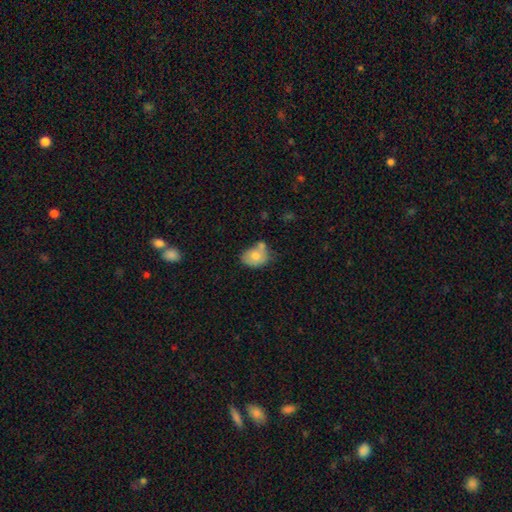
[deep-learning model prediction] smooth 68%, featured or disk 24%, star or artifact 8%. Down the decision tree: how rounded — in between (60%); merging — none (36%).